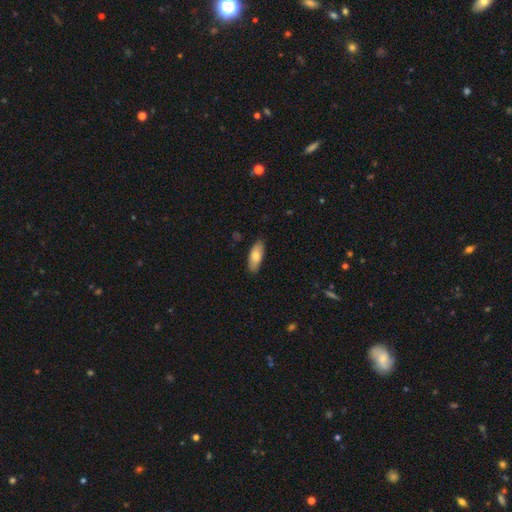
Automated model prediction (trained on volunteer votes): smooth_or_featured: smooth (p=0.78) [alt: featured or disk p=0.17]
how_rounded: in between (p=0.73) [alt: cigar-shaped p=0.25]
merging: none (p=0.87) [alt: minor disturbance p=0.10]